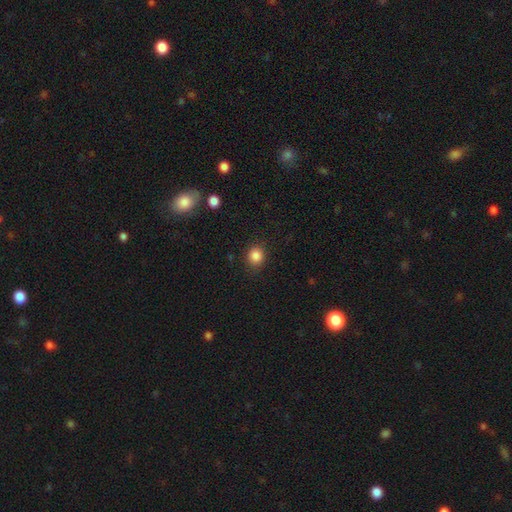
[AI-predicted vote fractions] Smooth or featured?
  - smooth: 85% *
  - star or artifact: 11%
  - featured or disk: 4%
How rounded?
  - round: 81% *
  - in between: 18%
  - cigar-shaped: 1%
Merging?
  - none: 86% *
  - minor disturbance: 9%
  - major disturbance: 3%
  - merger: 1%